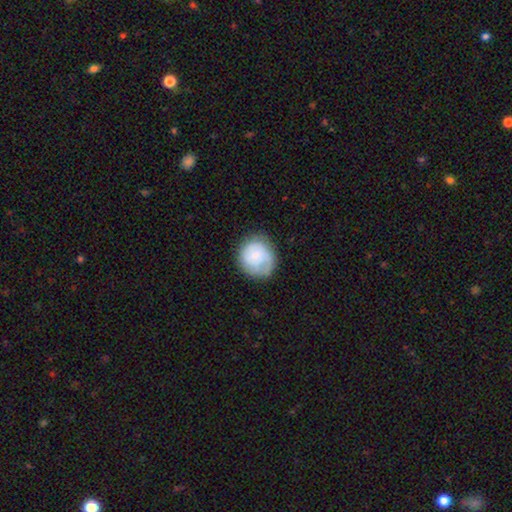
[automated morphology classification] smooth_or_featured: smooth (p=0.59) [alt: featured or disk p=0.34]
how_rounded: round (p=0.84) [alt: in between p=0.15]
merging: none (p=0.69) [alt: minor disturbance p=0.21]